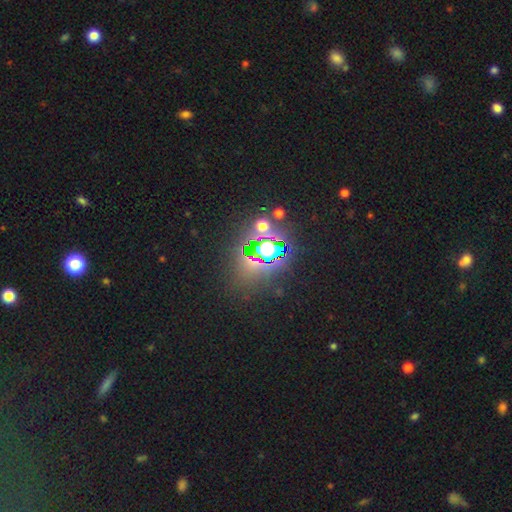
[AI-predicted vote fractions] Smooth or featured: star or artifact — 71% (smooth — 19%)